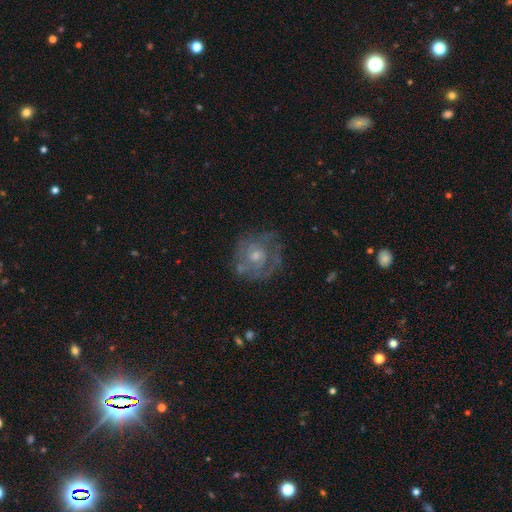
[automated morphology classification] This appears to be a featured or disk galaxy (66%) with no bar (80%), spiral arms (66%) and a moderate central bulge (50%). Merging: none (67%).